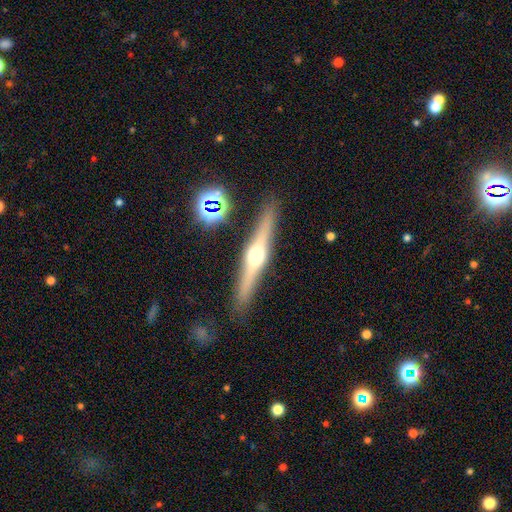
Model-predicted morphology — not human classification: Smooth or featured? Predicted: featured or disk (p=0.73). Edge-on disk? Predicted: yes (p=0.97). Edge-on bulge? Predicted: rounded (p=0.94). Merging? Predicted: none (p=0.90).